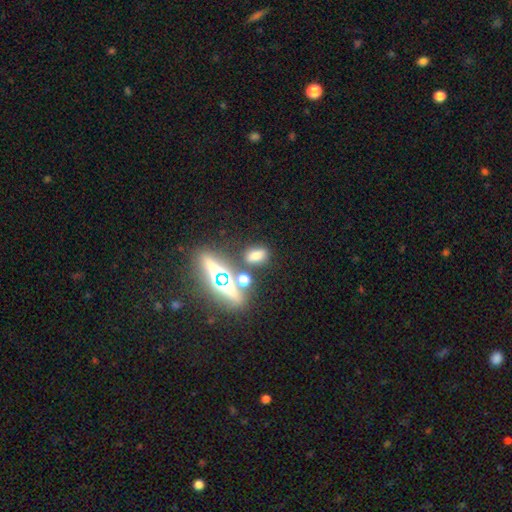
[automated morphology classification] A smooth galaxy with no disk features (62%) that is in between round and cigar-shaped (74%).

Vote fractions:
- Smooth or featured? smooth: 62% / star or artifact: 29% / featured or disk: 9%
- How rounded? in between: 74% / round: 20% / cigar-shaped: 6%
- Merging? none: 73% / merger: 12% / minor disturbance: 10% / major disturbance: 5%